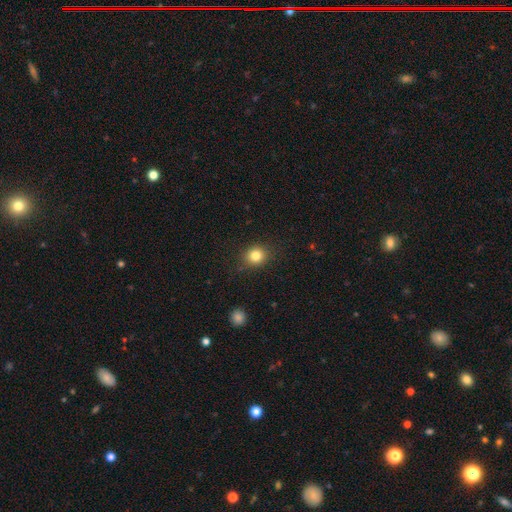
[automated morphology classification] Smooth or featured?
  - smooth: 82% *
  - star or artifact: 11%
  - featured or disk: 6%
How rounded?
  - round: 76% *
  - in between: 23%
  - cigar-shaped: 1%
Merging?
  - none: 85% *
  - minor disturbance: 11%
  - major disturbance: 3%
  - merger: 1%